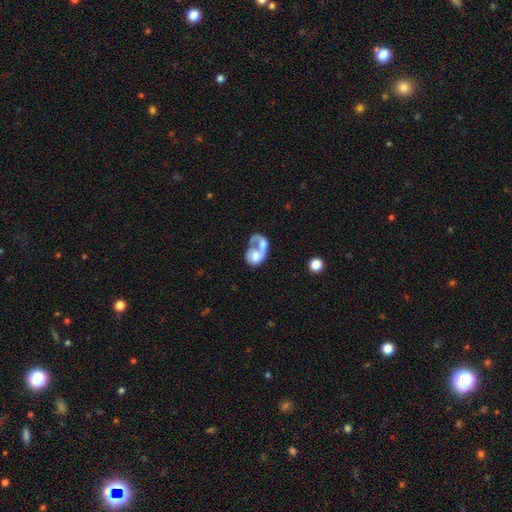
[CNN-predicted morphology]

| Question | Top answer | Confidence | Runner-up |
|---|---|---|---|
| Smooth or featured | featured or disk | 49% | smooth (43%) |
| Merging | merger | 62% | major disturbance (19%) |